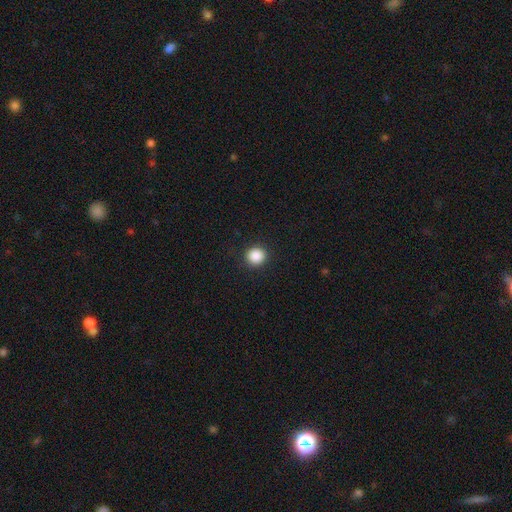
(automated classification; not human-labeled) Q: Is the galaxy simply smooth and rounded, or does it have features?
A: smooth — 88%.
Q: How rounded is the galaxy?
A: round — 92%.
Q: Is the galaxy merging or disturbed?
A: none — 91%.